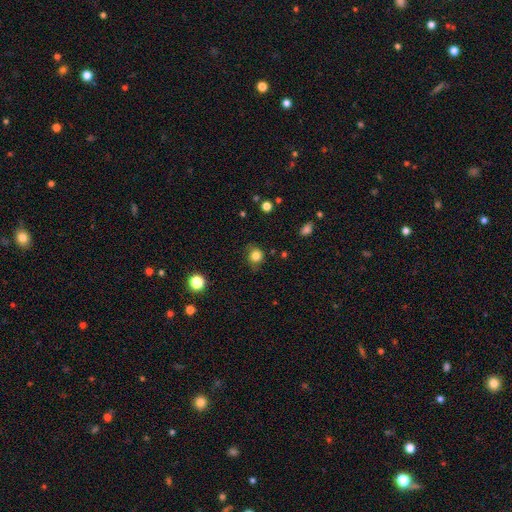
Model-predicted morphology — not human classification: smooth-or-featured: smooth: 82% | star or artifact: 12% | featured or disk: 6%
  how-rounded: round: 81% | in between: 18% | cigar-shaped: 1%
  merging: none: 73% | minor disturbance: 21% | major disturbance: 5% | merger: 2%